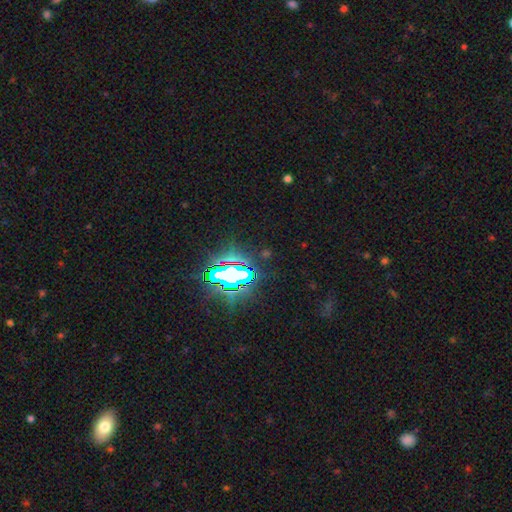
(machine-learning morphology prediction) smooth-or-featured: star or artifact: 82% | smooth: 11% | featured or disk: 7%